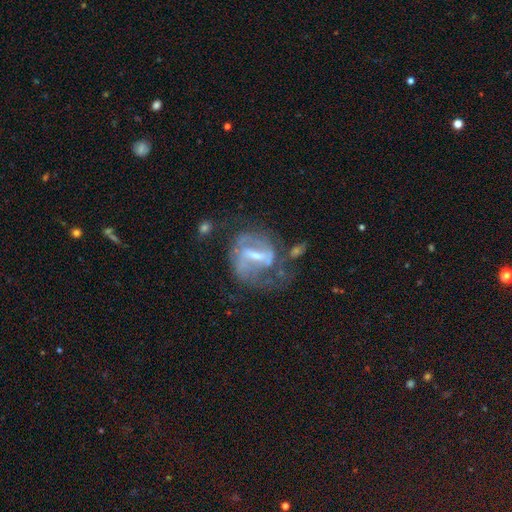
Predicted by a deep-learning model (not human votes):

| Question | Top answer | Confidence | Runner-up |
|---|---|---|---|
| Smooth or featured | featured or disk | 81% | smooth (11%) |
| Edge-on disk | no | 95% | yes (5%) |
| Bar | strong | 53% | weak (37%) |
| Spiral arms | yes | 82% | no (18%) |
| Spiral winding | medium | 45% | tight (32%) |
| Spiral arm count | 2 | 59% | can't tell (22%) |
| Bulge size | small | 47% | moderate (38%) |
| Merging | none | 44% | major disturbance (25%) |